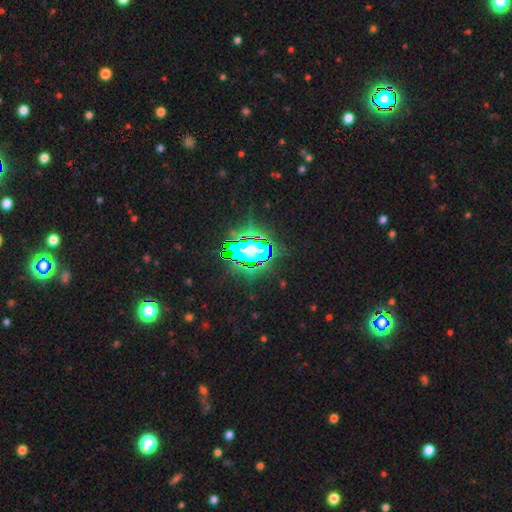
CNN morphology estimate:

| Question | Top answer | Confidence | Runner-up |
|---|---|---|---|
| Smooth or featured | star or artifact | 83% | smooth (10%) |